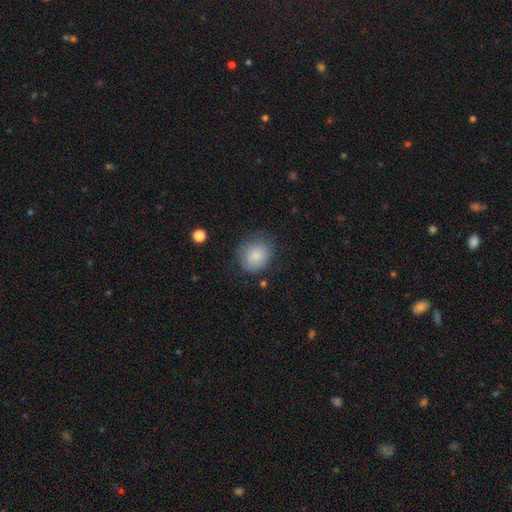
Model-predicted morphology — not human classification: Overall: smooth (84%). How rounded: round (74%). Merging: none (72%).